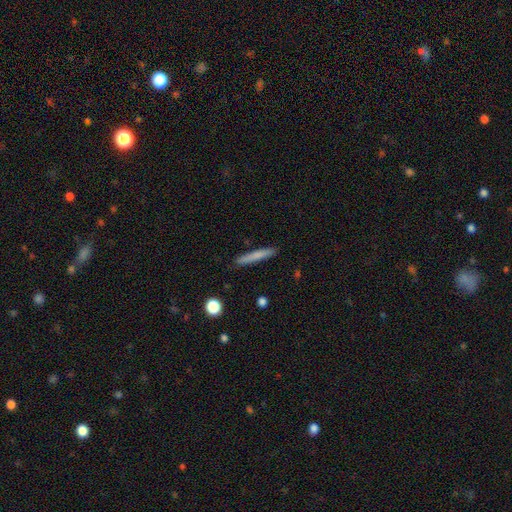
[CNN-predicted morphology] smooth-or-featured: smooth: 74% | featured or disk: 20% | star or artifact: 7%
  how-rounded: cigar-shaped: 95% | in between: 3% | round: 1%
  merging: none: 89% | minor disturbance: 8% | major disturbance: 2% | merger: 2%